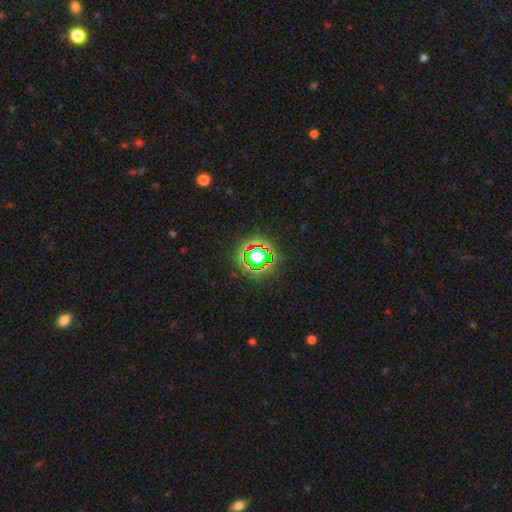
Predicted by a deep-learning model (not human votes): Overall: star or artifact (79%).